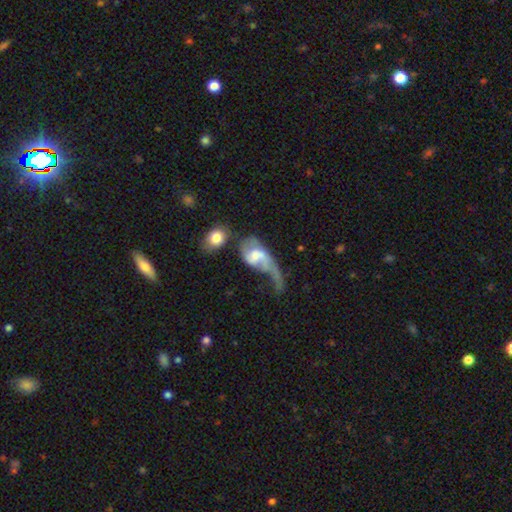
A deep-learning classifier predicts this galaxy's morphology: smooth_or_featured: featured or disk (p=0.64) [alt: smooth p=0.28]
disk_edge_on: no (p=0.95) [alt: yes p=0.05]
bar: no (p=0.50) [alt: weak p=0.40]
has_spiral_arms: yes (p=0.76) [alt: no p=0.24]
bulge_size: moderate (p=0.40) [alt: small p=0.33]
merging: major disturbance (p=0.52) [alt: merger p=0.23]